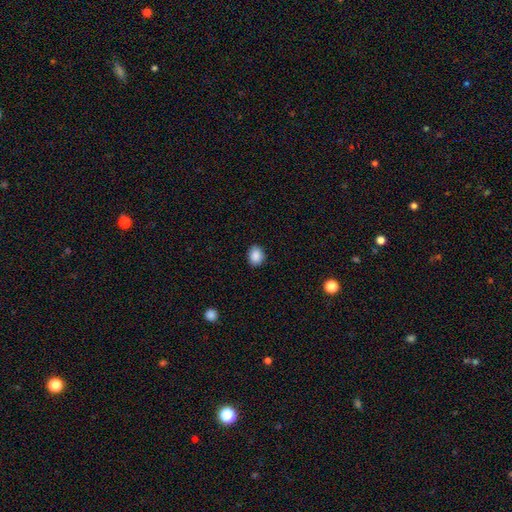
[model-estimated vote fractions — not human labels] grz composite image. It shows a smooth galaxy with no disk features (89%) that is in between round and cigar-shaped (52%). Merging: none (88%).